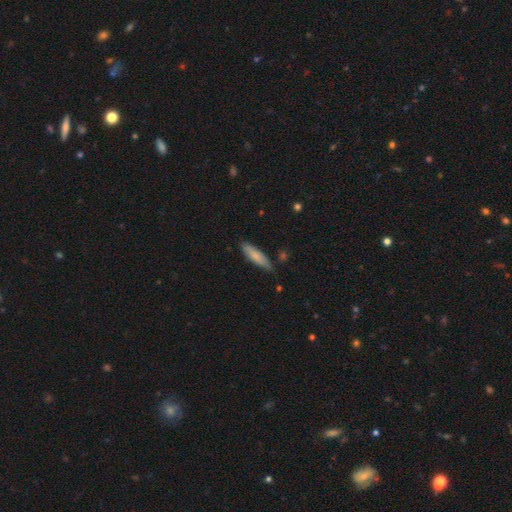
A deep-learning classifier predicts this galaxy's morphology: Smooth or featured? Predicted: smooth (p=0.79). How rounded? Predicted: cigar-shaped (p=0.71). Merging? Predicted: none (p=0.79).